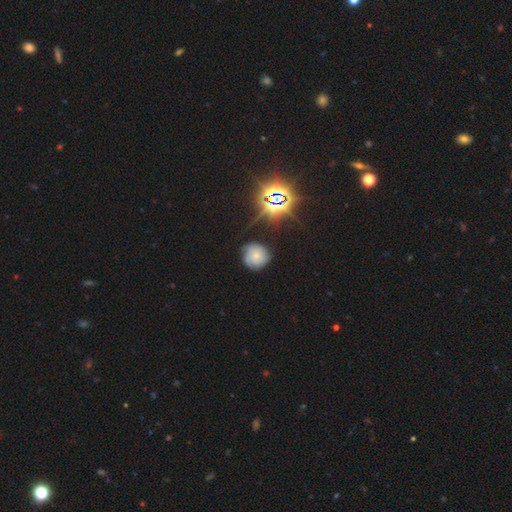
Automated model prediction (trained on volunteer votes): Q: Smooth or featured?
A: featured or disk (42%); runner-up: smooth (40%)
Q: Merging?
A: none (71%); runner-up: minor disturbance (20%)